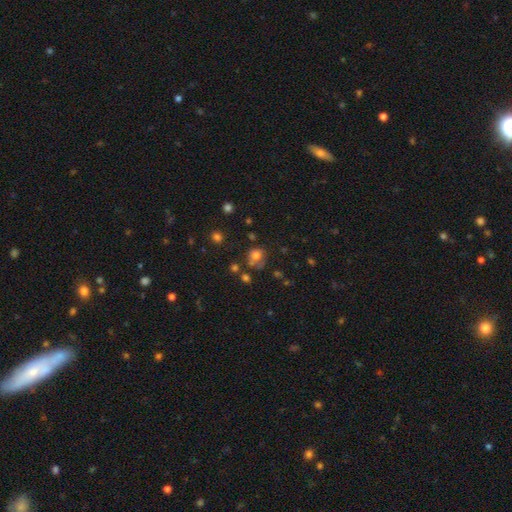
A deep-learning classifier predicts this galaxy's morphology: This appears to be a smooth galaxy with no disk features (70%) that is round (71%). Merging: none (47%).